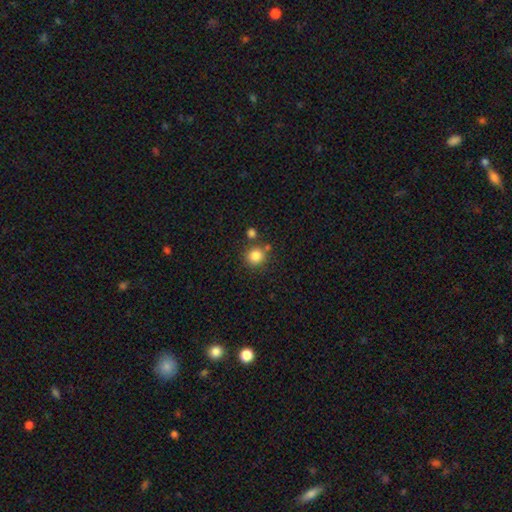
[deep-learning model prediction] smooth_or_featured: smooth (p=0.84) [alt: star or artifact p=0.11]
how_rounded: round (p=0.92) [alt: in between p=0.07]
merging: none (p=0.75) [alt: merger p=0.13]